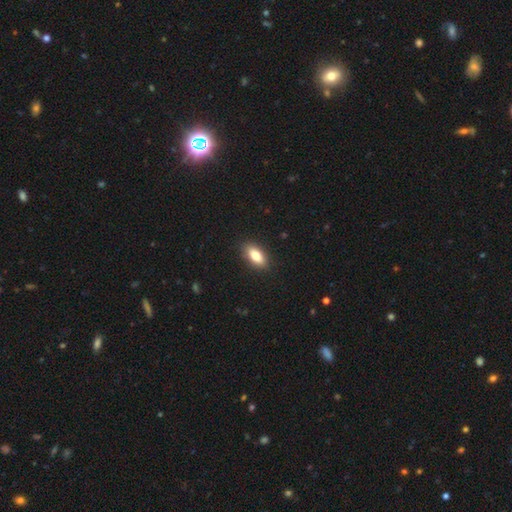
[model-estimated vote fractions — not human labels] Q: Smooth or featured?
A: smooth (79%); runner-up: featured or disk (14%)
Q: How rounded?
A: in between (86%); runner-up: cigar-shaped (11%)
Q: Merging?
A: none (89%); runner-up: minor disturbance (8%)